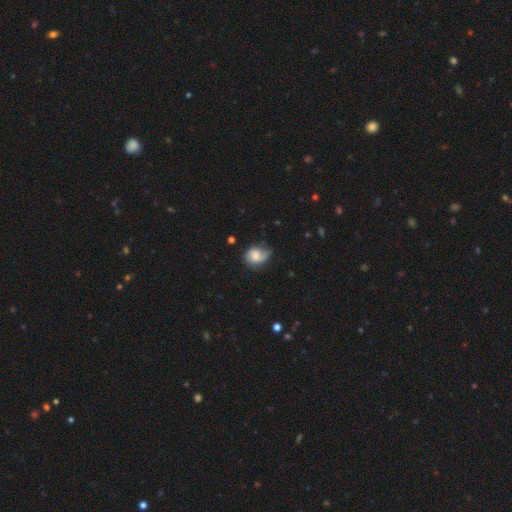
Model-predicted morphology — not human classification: smooth 53%, featured or disk 38%, star or artifact 9%. Down the decision tree: how rounded — round (52%); merging — none (44%).